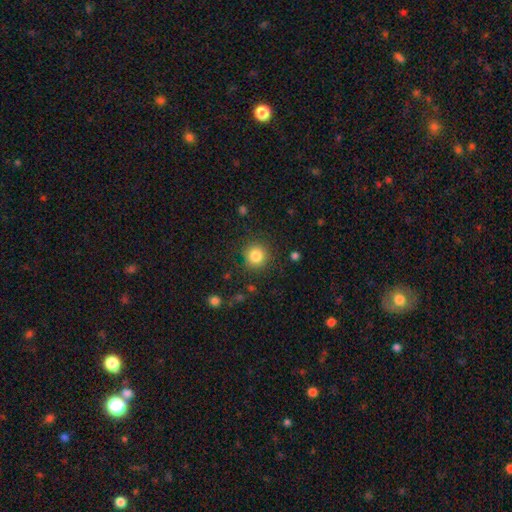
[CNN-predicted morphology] The model was most divided on "smooth or featured": smooth: 84%, star or artifact: 11%, featured or disk: 5%. More confident: how rounded — round (93%); merging — none (88%).